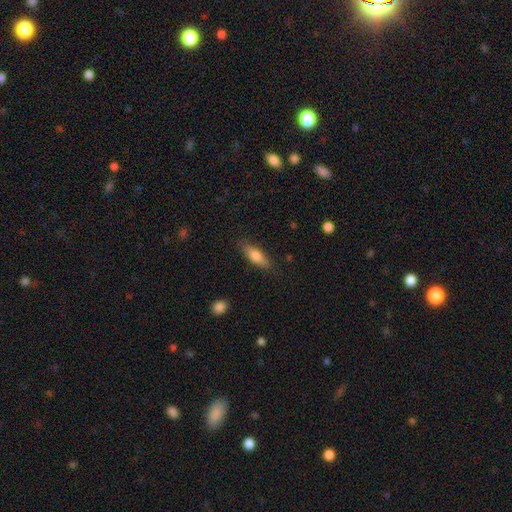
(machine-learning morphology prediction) Smooth or featured: smooth — 75% (featured or disk — 19%)
How rounded: in between — 59% (cigar-shaped — 39%)
Merging: none — 83% (minor disturbance — 13%)